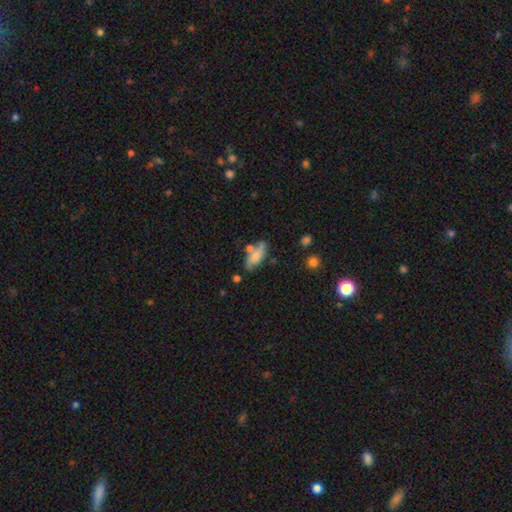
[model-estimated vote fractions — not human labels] smooth_or_featured: smooth (p=0.61) [alt: featured or disk p=0.31]
how_rounded: in between (p=0.75) [alt: cigar-shaped p=0.21]
merging: none (p=0.58) [alt: minor disturbance p=0.21]